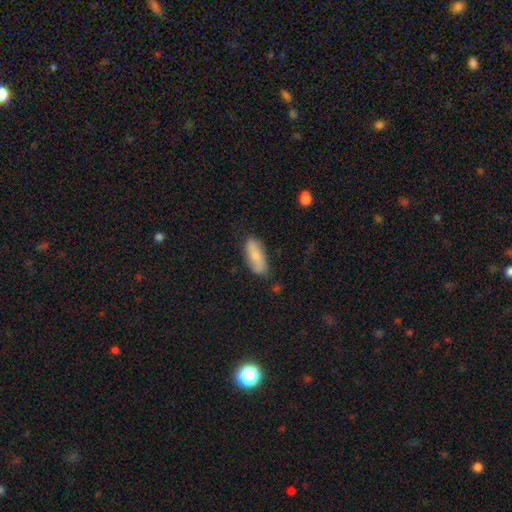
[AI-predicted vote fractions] Smooth or featured: smooth — 73% (featured or disk — 21%)
How rounded: in between — 72% (cigar-shaped — 26%)
Merging: none — 77% (minor disturbance — 18%)